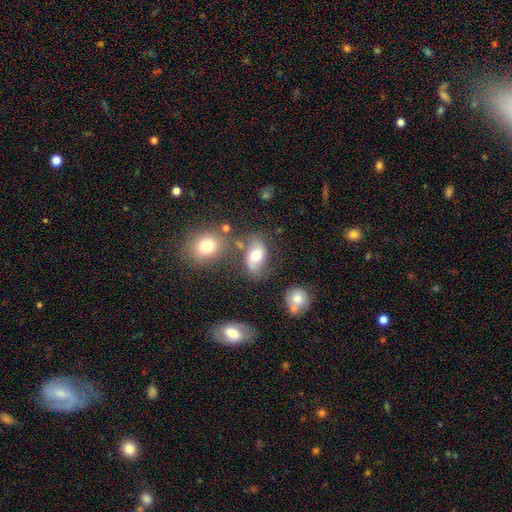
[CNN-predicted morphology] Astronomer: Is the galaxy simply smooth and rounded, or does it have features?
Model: featured or disk — 50% (runner-up: smooth, 40%).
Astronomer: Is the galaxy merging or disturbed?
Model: none — 63%.